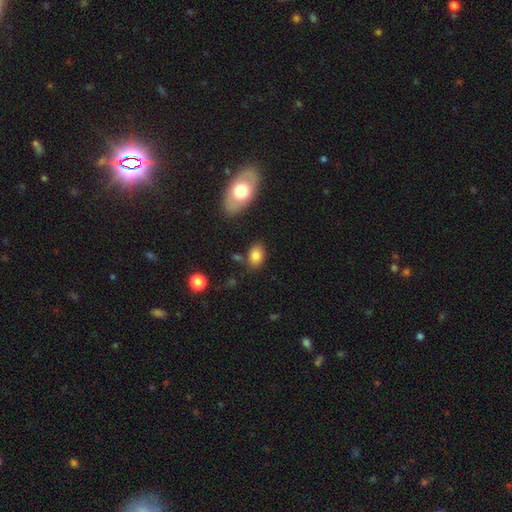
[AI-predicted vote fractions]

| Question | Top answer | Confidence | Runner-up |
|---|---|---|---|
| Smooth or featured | smooth | 82% | featured or disk (9%) |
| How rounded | in between | 83% | round (15%) |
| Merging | none | 78% | minor disturbance (13%) |